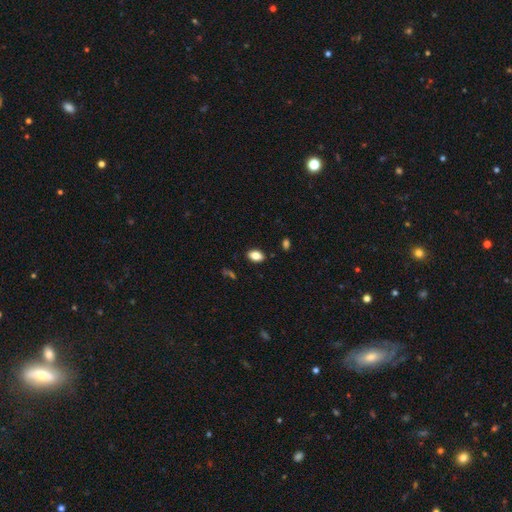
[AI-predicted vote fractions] Overall: smooth (83%). How rounded: in between (89%). Merging: none (87%).